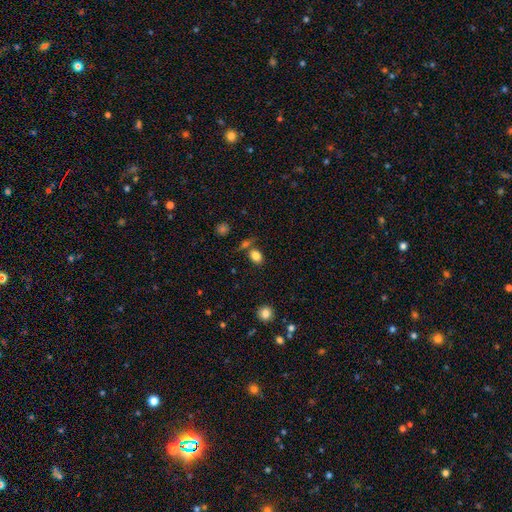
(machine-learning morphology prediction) This appears to be a smooth galaxy with no disk features (83%) that is in between round and cigar-shaped (63%). Merging: none (65%).